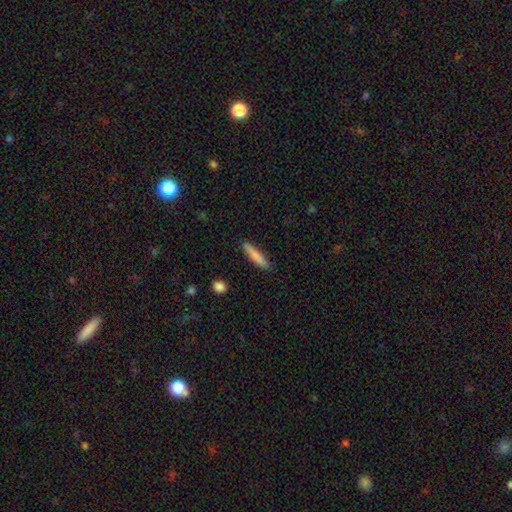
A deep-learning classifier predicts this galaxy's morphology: smooth 79%, featured or disk 15%, star or artifact 6%. Down the decision tree: how rounded — cigar-shaped (89%); merging — none (89%).